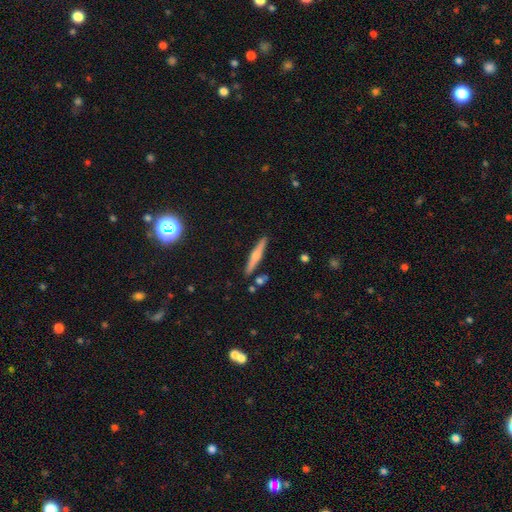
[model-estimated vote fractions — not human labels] Overall: featured or disk (47%; smooth 46%). Merging: none (87%).